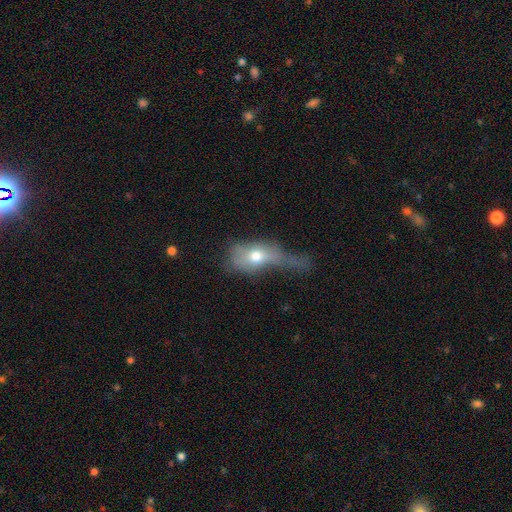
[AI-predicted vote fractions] A smooth galaxy with no disk features (57%) that is in between round and cigar-shaped (70%). Merging: major disturbance (52%).